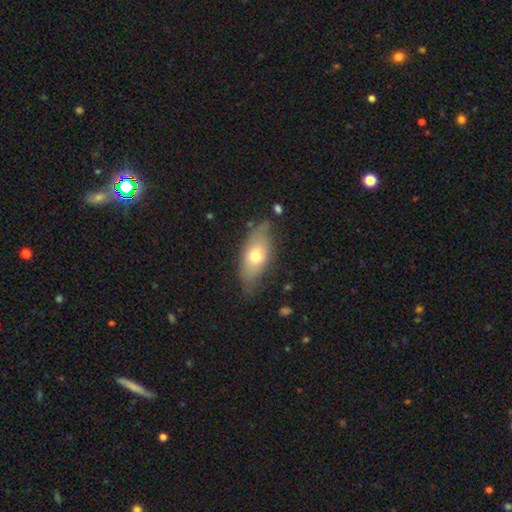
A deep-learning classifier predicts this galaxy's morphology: Smooth or featured? smooth (61%)
How rounded? in between (79%)
Merging? none (74%)